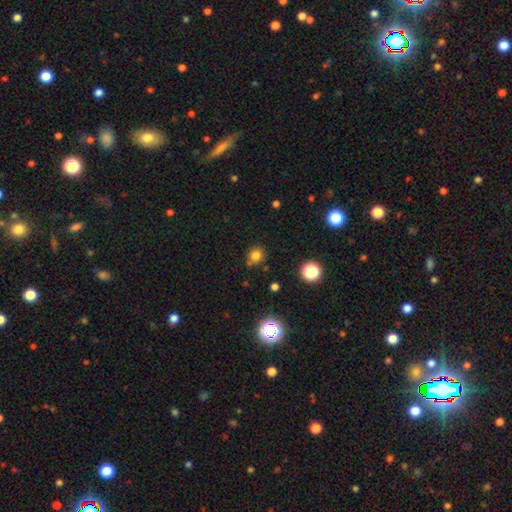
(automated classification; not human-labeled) A smooth galaxy with no disk features (77%) that is round (86%).

Vote fractions:
- Smooth or featured? smooth: 77% / star or artifact: 17% / featured or disk: 6%
- How rounded? round: 86% / in between: 13% / cigar-shaped: 1%
- Merging? none: 69% / minor disturbance: 17% / merger: 9% / major disturbance: 4%